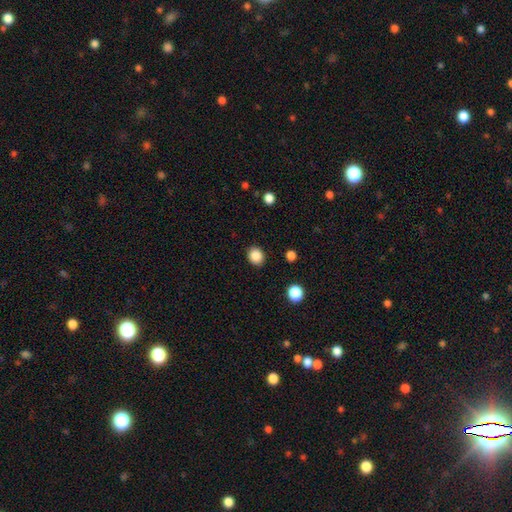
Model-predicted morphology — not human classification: smooth_or_featured: smooth (p=0.87) [alt: star or artifact p=0.10]
how_rounded: round (p=0.70) [alt: in between p=0.29]
merging: none (p=0.89) [alt: minor disturbance p=0.07]